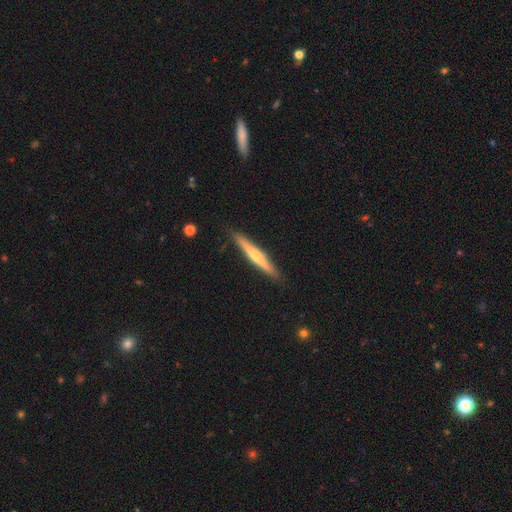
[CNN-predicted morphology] Smooth or featured? Predicted: featured or disk (p=0.60). Edge-on disk? Predicted: yes (p=0.97). Edge-on bulge? Predicted: rounded (p=0.72). Merging? Predicted: none (p=0.90).